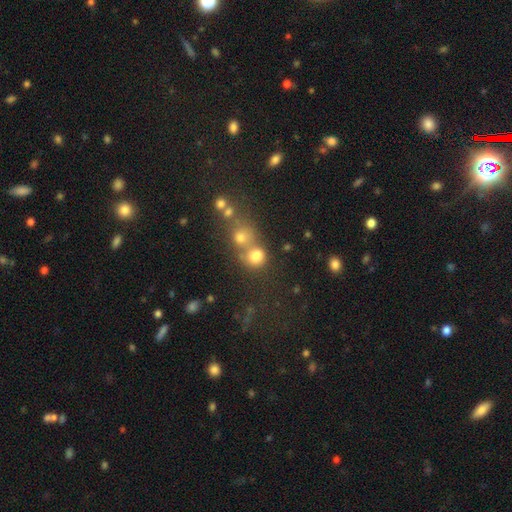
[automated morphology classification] Smooth or featured: smooth — 73% (star or artifact — 16%)
How rounded: round — 72% (in between — 27%)
Merging: merger — 44% (none — 42%)